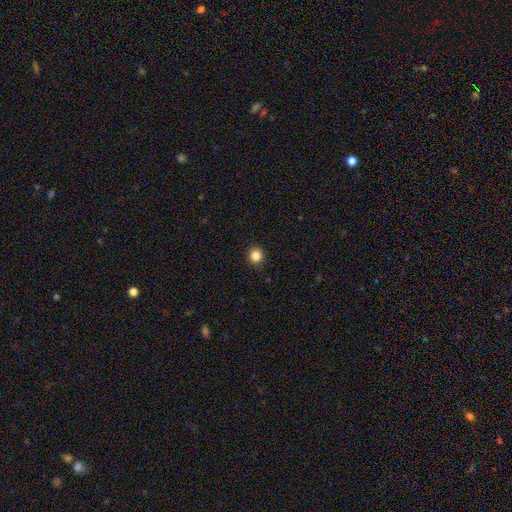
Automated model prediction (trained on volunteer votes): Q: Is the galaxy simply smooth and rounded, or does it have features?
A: smooth — 85%.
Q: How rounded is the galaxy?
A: round — 93%.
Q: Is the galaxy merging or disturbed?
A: none — 93%.